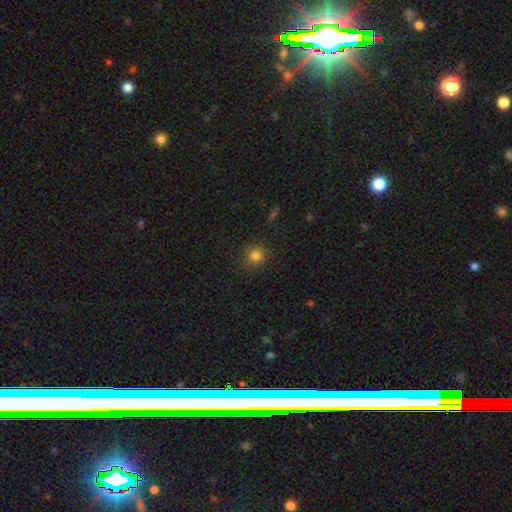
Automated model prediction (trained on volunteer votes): Overall: smooth (81%). How rounded: round (91%). Merging: none (88%).